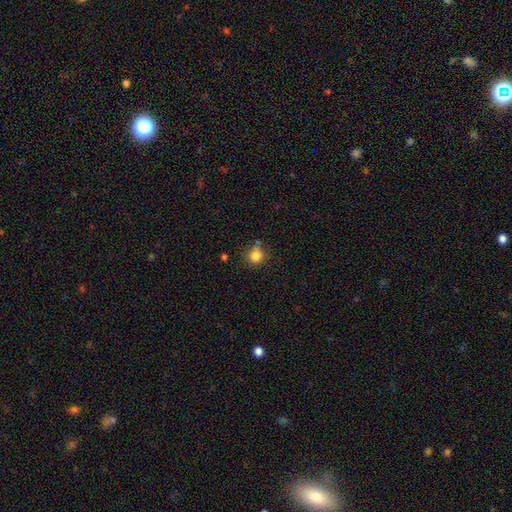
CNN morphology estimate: This appears to be a smooth galaxy with no disk features (82%) that is round (86%). Merging: none (70%).